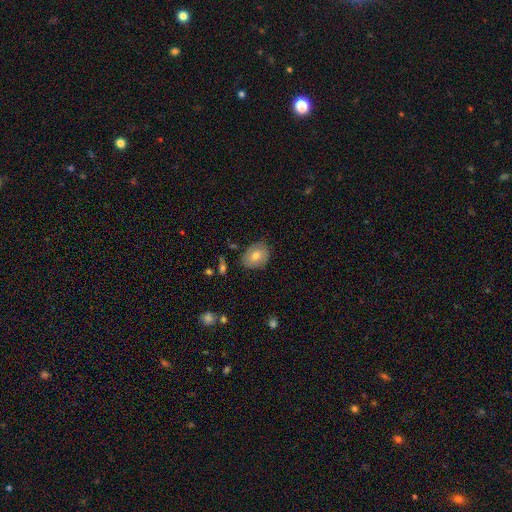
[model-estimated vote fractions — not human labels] A smooth galaxy with no disk features (69%) that is in between round and cigar-shaped (60%).

Vote fractions:
- Smooth or featured? smooth: 69% / featured or disk: 22% / star or artifact: 9%
- How rounded? in between: 60% / round: 39% / cigar-shaped: 1%
- Merging? none: 79% / minor disturbance: 16% / major disturbance: 3% / merger: 2%